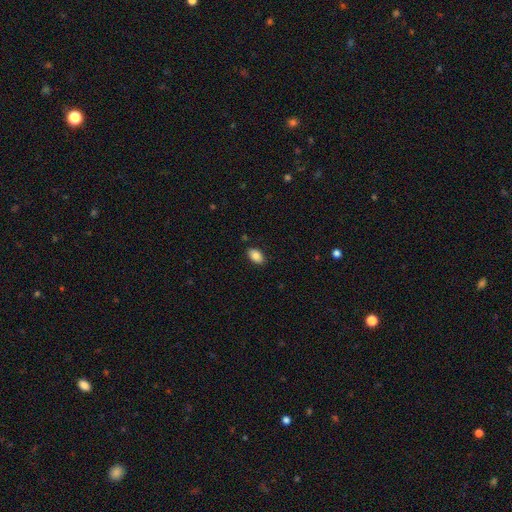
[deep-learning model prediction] Morphology: type=smooth (85%); roundness=in between (91%); merging=none (87%).